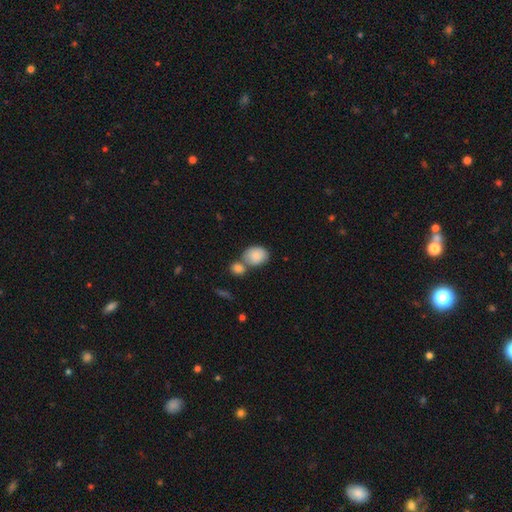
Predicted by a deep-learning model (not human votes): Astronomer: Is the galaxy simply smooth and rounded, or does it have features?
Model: smooth — 85%.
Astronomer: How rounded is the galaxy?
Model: in between — 58% (runner-up: round, 40%).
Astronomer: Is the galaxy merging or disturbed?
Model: merger — 44% (runner-up: none, 41%).